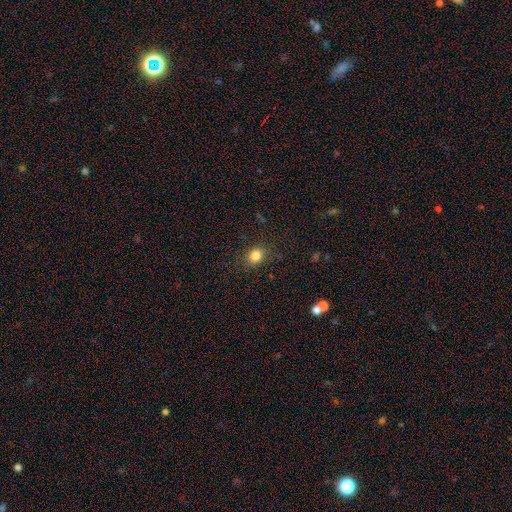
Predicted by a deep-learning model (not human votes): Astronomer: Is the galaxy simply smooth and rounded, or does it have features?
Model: smooth — 82%.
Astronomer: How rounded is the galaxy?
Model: round — 69%.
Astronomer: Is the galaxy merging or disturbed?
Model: none — 85%.